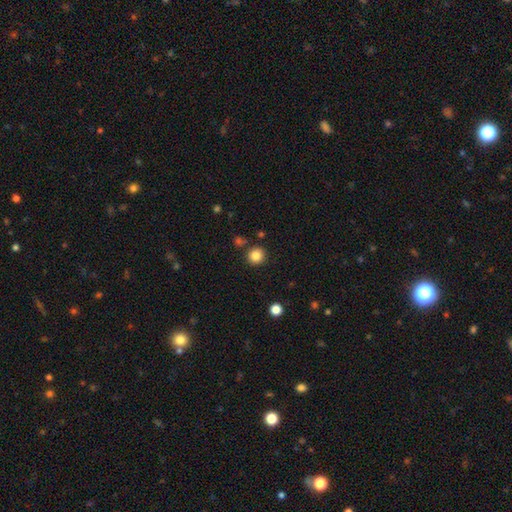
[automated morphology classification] Smooth or featured? Predicted: smooth (p=0.84). How rounded? Predicted: round (p=0.93). Merging? Predicted: none (p=0.87).